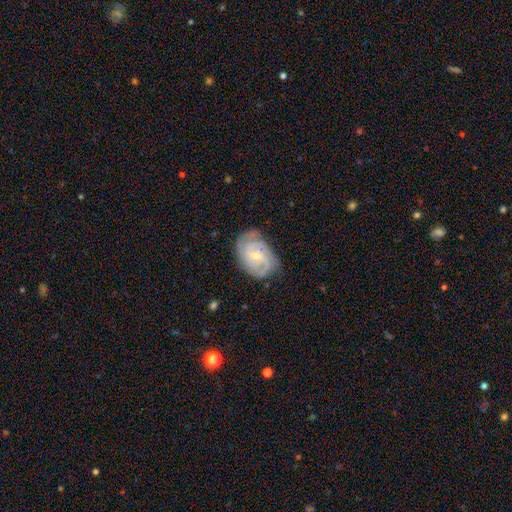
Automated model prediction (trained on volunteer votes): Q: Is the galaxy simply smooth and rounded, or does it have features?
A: featured or disk — 82%.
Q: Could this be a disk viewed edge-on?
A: no — 97%.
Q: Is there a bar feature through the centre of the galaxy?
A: weak — 49%.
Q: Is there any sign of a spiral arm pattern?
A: yes — 96%.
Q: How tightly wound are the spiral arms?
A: tight — 57%.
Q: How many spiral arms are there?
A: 2 — 30%.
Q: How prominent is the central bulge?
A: small — 68%.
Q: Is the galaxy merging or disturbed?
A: none — 70%.